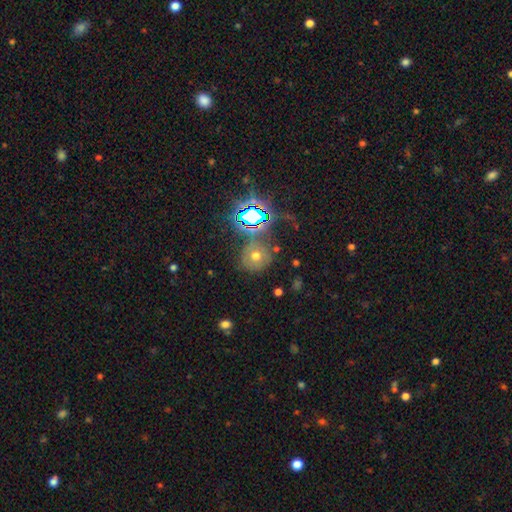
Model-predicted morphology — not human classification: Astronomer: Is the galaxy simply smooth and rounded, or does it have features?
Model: smooth — 53% (runner-up: star or artifact, 28%).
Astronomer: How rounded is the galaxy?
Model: round — 88%.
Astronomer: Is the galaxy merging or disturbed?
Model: none — 71%.